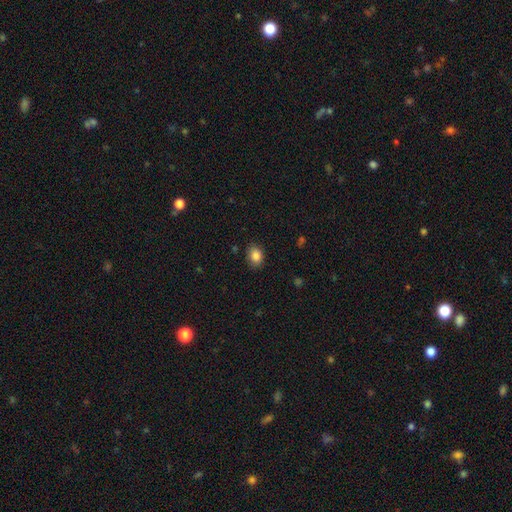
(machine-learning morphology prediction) Smooth or featured? smooth (86%)
How rounded? in between (62%)
Merging? none (85%)